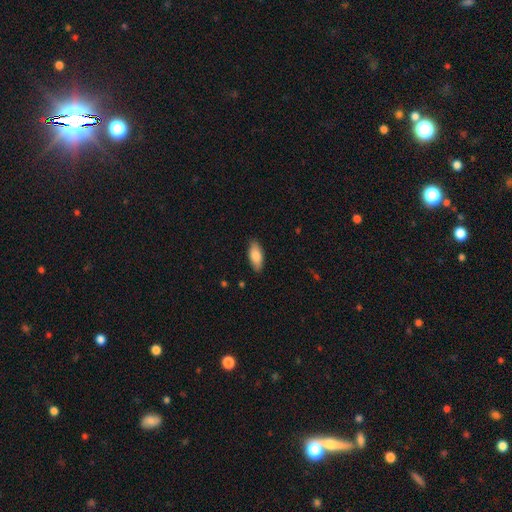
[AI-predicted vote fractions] Smooth or featured: smooth — 83% (featured or disk — 11%)
How rounded: in between — 84% (cigar-shaped — 14%)
Merging: none — 88% (minor disturbance — 9%)